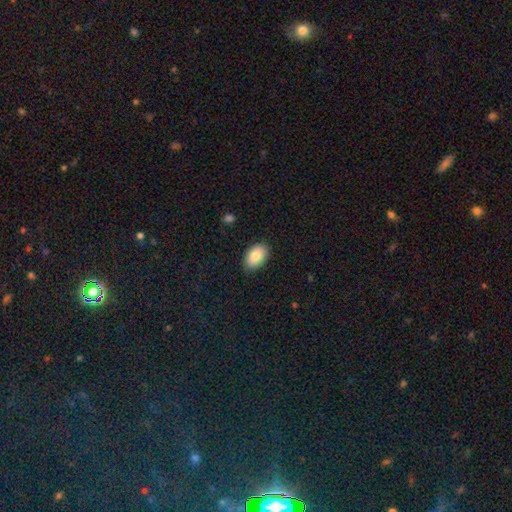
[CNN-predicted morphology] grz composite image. It shows a smooth galaxy with no disk features (82%) that is in between round and cigar-shaped (86%). Merging: none (83%).